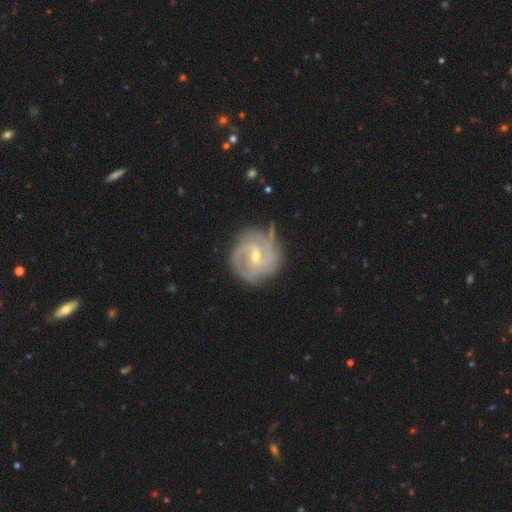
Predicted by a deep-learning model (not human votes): Smooth or featured? Predicted: featured or disk (p=0.89). Edge-on disk? Predicted: no (p=0.98). Bar? Predicted: weak (p=0.52). Spiral arms? Predicted: yes (p=0.97). Spiral winding? Predicted: tight (p=0.63). Spiral arm count? Predicted: 2 (p=0.36). Bulge size? Predicted: small (p=0.49). Merging? Predicted: none (p=0.73).